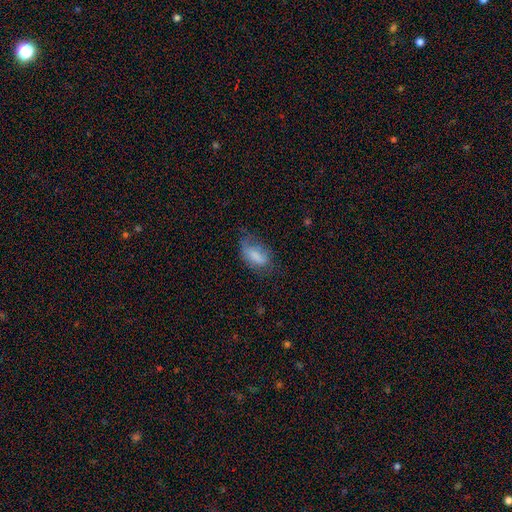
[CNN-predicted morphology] smooth 73%, featured or disk 18%, star or artifact 9%. Down the decision tree: how rounded — in between (87%); merging — none (40%).